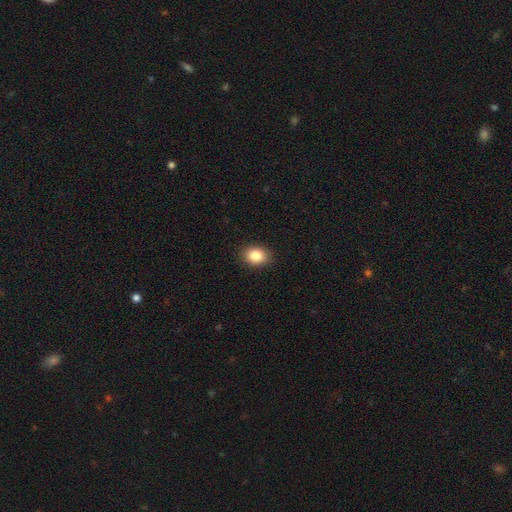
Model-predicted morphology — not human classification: smooth 85%, star or artifact 9%, featured or disk 6%. Down the decision tree: how rounded — in between (57%); merging — none (90%).